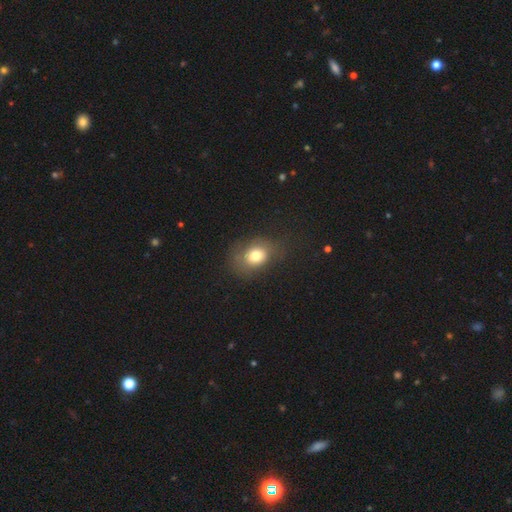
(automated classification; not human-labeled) A smooth galaxy with no disk features (74%) that is in between round and cigar-shaped (56%).

Vote fractions:
- Smooth or featured? smooth: 74% / featured or disk: 14% / star or artifact: 11%
- How rounded? in between: 56% / round: 43% / cigar-shaped: 1%
- Merging? none: 62% / minor disturbance: 22% / major disturbance: 14% / merger: 2%